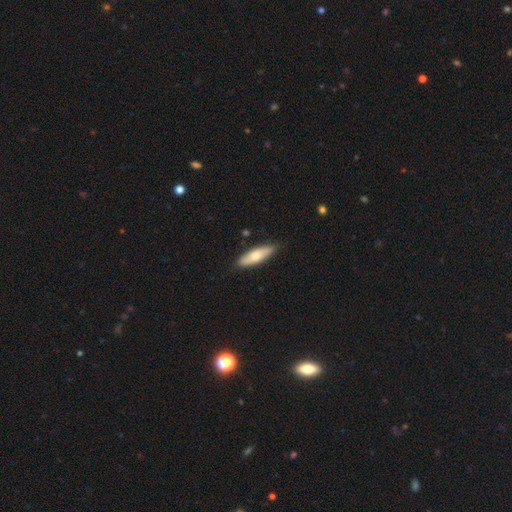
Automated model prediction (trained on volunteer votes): Overall: smooth (67%; featured or disk 28%). How rounded: cigar-shaped (54%; in between 44%). Merging: none (86%).